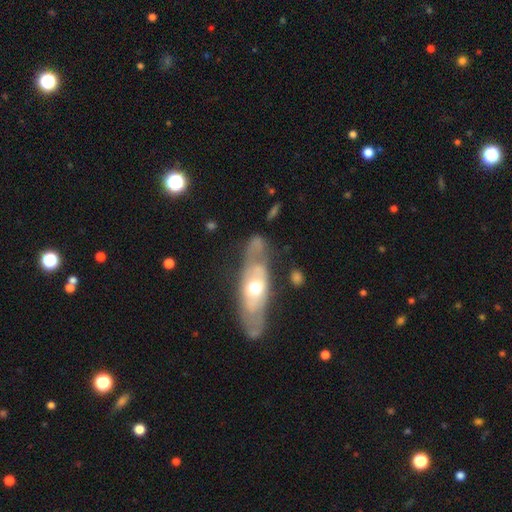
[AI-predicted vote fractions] Morphology: type=featured or disk (69%); edge-on=no (73%); merging=none (65%).